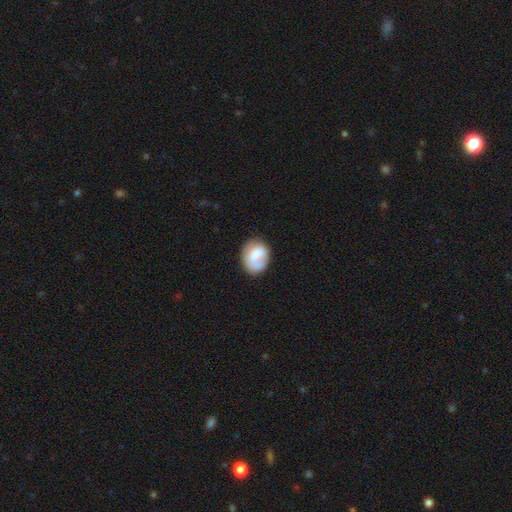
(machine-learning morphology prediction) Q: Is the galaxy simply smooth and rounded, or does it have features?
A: smooth — 67%.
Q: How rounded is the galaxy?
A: in between — 53%.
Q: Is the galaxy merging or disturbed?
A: none — 61%.